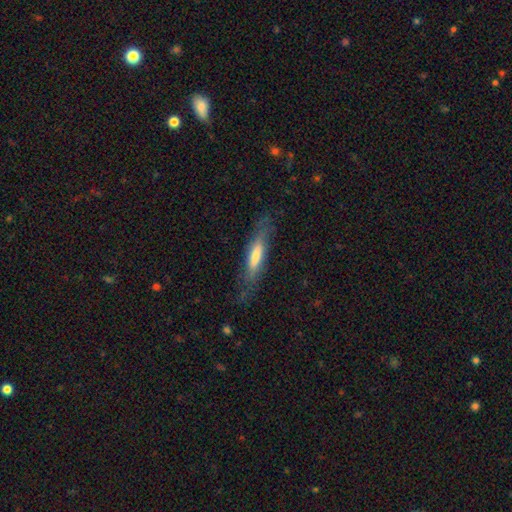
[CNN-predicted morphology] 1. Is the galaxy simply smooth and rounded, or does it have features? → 48% smooth, 45% featured or disk, 7% star or artifact.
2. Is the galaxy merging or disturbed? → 73% none, 18% minor disturbance, 7% major disturbance, 1% merger.